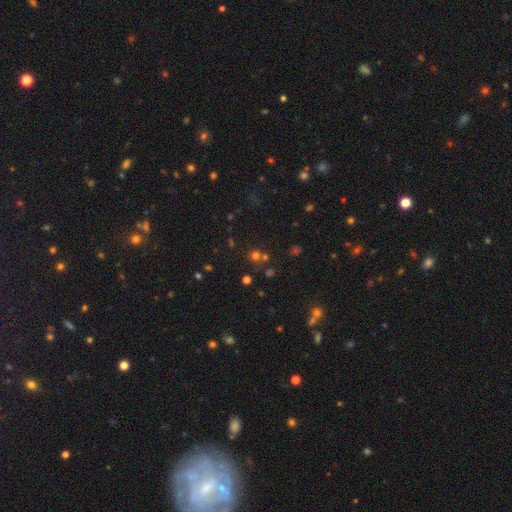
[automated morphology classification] Smooth or featured? Predicted: smooth (p=0.57). How rounded? Predicted: round (p=0.90). Merging? Predicted: none (p=0.70).